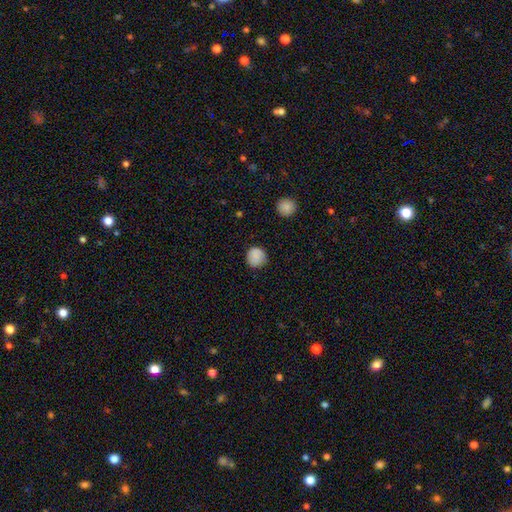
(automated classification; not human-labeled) A smooth galaxy with no disk features (85%) that is round (91%). Merging: none (82%).